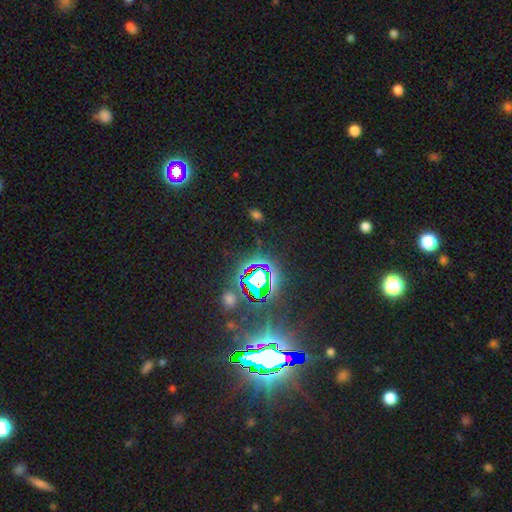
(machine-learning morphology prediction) Smooth or featured? Predicted: star or artifact (p=0.82).